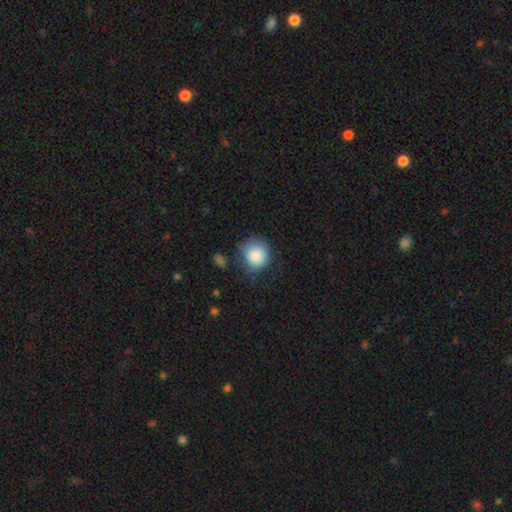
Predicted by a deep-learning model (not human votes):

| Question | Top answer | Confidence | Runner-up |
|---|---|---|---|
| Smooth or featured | smooth | 85% | star or artifact (7%) |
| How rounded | round | 87% | in between (13%) |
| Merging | none | 61% | minor disturbance (26%) |